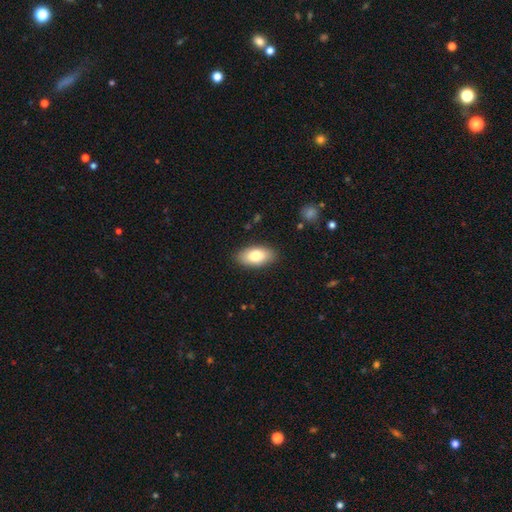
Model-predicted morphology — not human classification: A smooth galaxy with no disk features (81%) that is in between round and cigar-shaped (92%).

Vote fractions:
- Smooth or featured? smooth: 81% / featured or disk: 13% / star or artifact: 6%
- How rounded? in between: 92% / cigar-shaped: 4% / round: 4%
- Merging? none: 87% / minor disturbance: 10% / major disturbance: 2% / merger: 1%